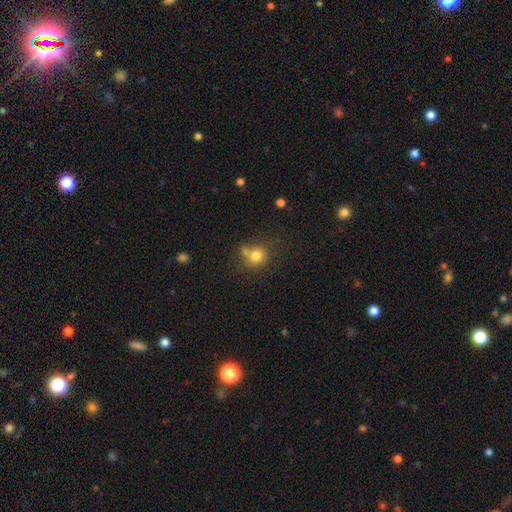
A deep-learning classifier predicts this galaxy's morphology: Overall: smooth (79%). How rounded: round (82%). Merging: none (55%; merger 26%).